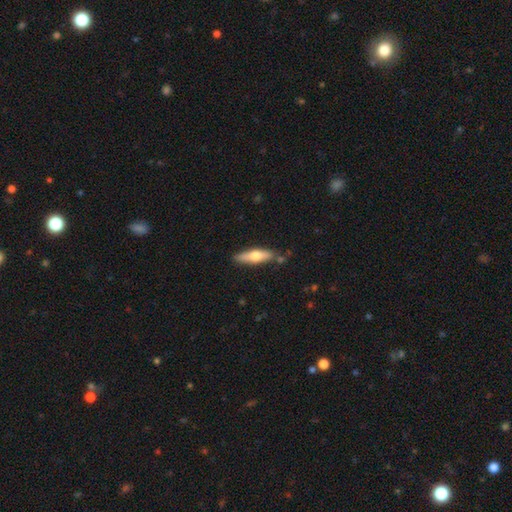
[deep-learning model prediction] smooth-or-featured: smooth: 57% | featured or disk: 37% | star or artifact: 6%
  how-rounded: cigar-shaped: 65% | in between: 33% | round: 2%
  merging: none: 81% | minor disturbance: 13% | merger: 4% | major disturbance: 3%